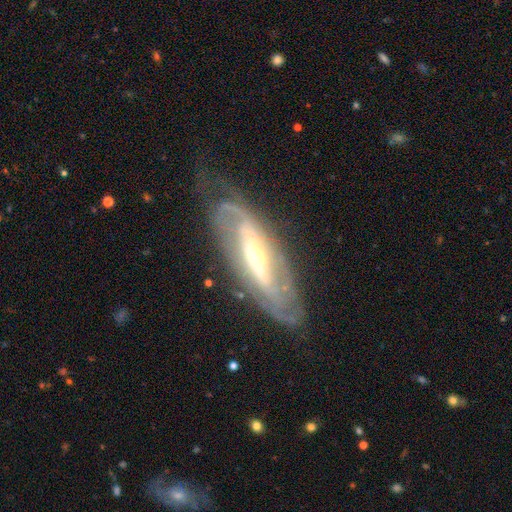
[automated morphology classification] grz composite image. It shows a featured or disk galaxy (84%) with a strong bar (38%), 2 (52%) tight (45%) spiral arms (90%) and a small central bulge (61%). Merging: none (66%).